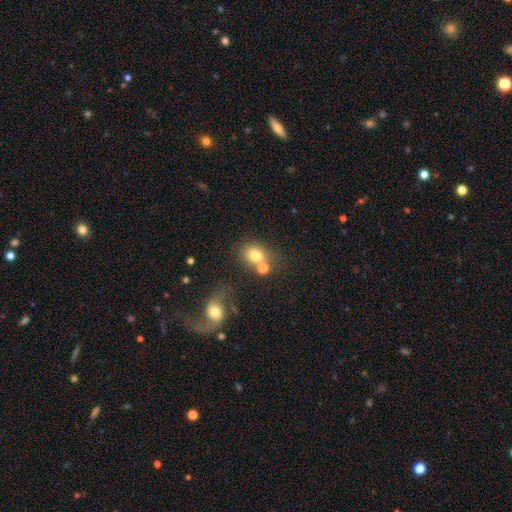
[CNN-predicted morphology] Smooth or featured: smooth — 76% (star or artifact — 12%)
How rounded: round — 59% (in between — 40%)
Merging: none — 52% (merger — 29%)